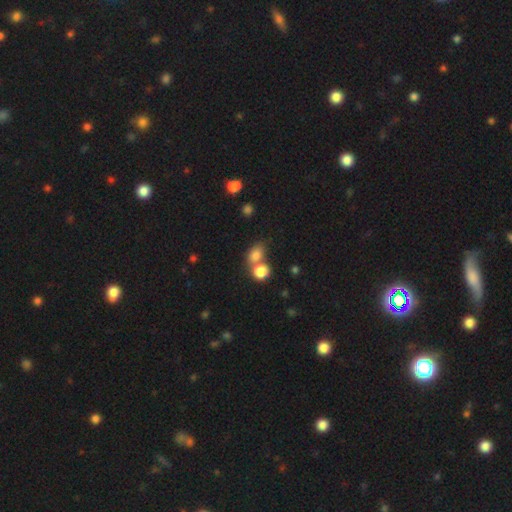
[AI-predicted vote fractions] Smooth or featured: smooth — 79% (star or artifact — 12%)
How rounded: in between — 60% (round — 38%)
Merging: merger — 44% (none — 42%)